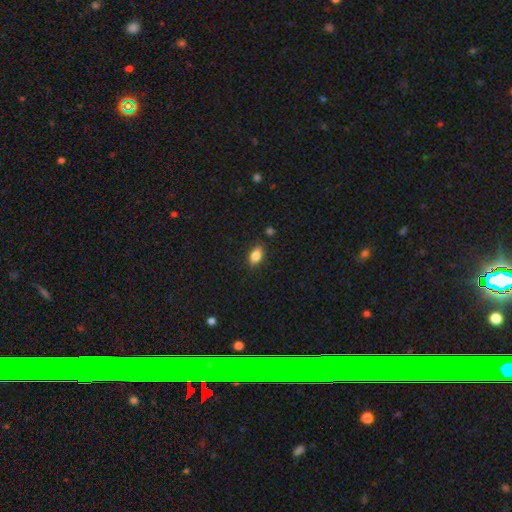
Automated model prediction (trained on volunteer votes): A smooth galaxy with no disk features (83%) that is in between round and cigar-shaped (88%). Merging: none (84%).